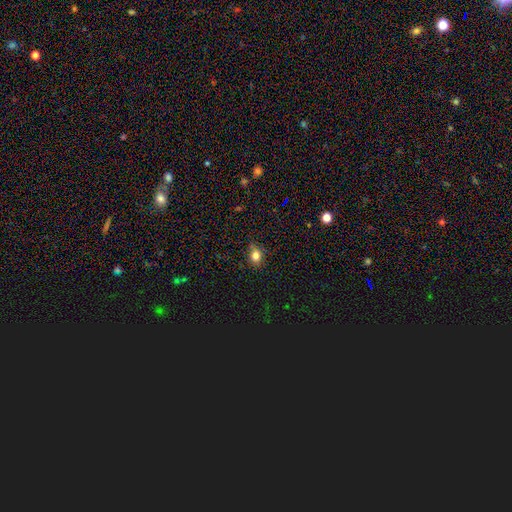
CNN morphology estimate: Smooth or featured? smooth (79%)
How rounded? round (49%, tied with in between)
Merging? none (77%)